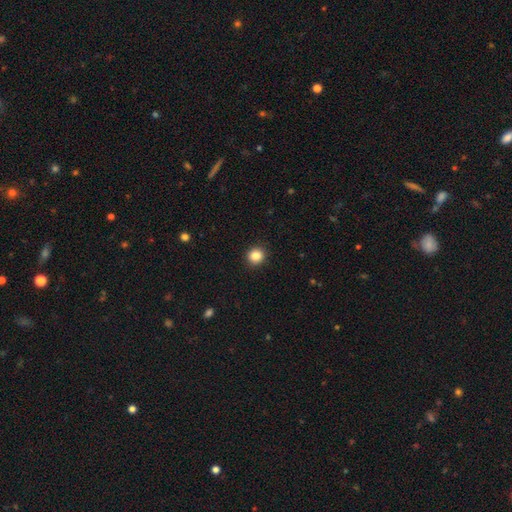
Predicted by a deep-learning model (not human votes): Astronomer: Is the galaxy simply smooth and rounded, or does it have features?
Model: smooth — 86%.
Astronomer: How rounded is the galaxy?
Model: round — 89%.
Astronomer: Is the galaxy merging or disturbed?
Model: none — 92%.